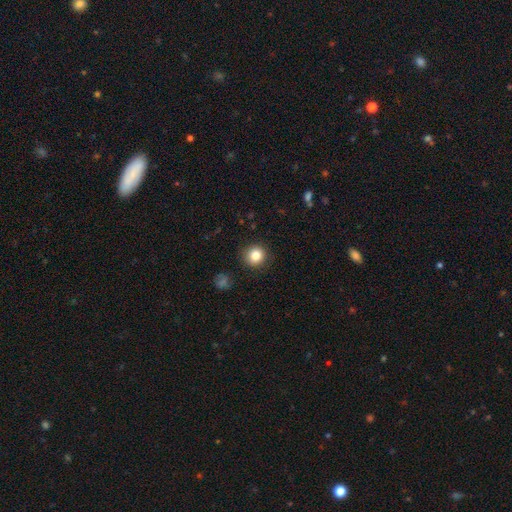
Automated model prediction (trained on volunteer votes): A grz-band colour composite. It shows a smooth galaxy with no disk features (84%) that is round (92%). Merging: none (89%).